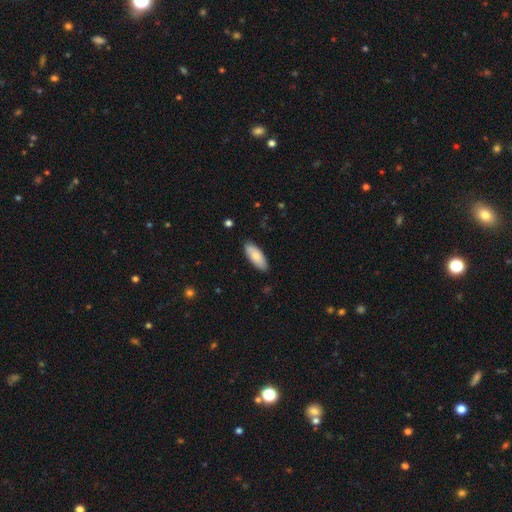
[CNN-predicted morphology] smooth 79%, featured or disk 15%, star or artifact 6%. Down the decision tree: how rounded — in between (79%); merging — none (86%).